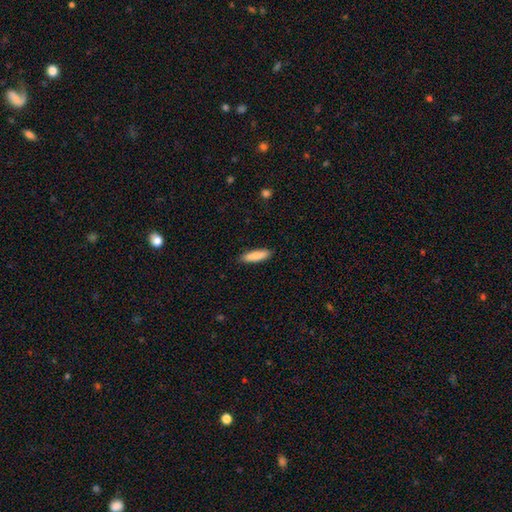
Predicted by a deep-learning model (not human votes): Smooth or featured? Predicted: smooth (p=0.86). How rounded? Predicted: cigar-shaped (p=0.60). Merging? Predicted: none (p=0.89).